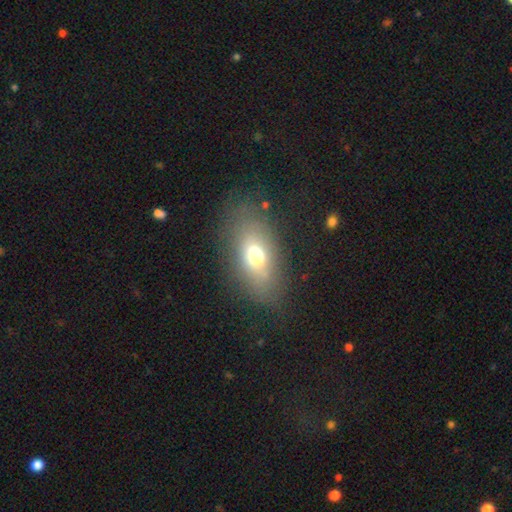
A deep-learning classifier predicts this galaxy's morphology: A smooth galaxy with no disk features (65%) that is in between round and cigar-shaped (86%).

Vote fractions:
- Smooth or featured? smooth: 65% / featured or disk: 23% / star or artifact: 12%
- How rounded? in between: 86% / round: 8% / cigar-shaped: 6%
- Merging? none: 72% / minor disturbance: 16% / major disturbance: 9% / merger: 2%